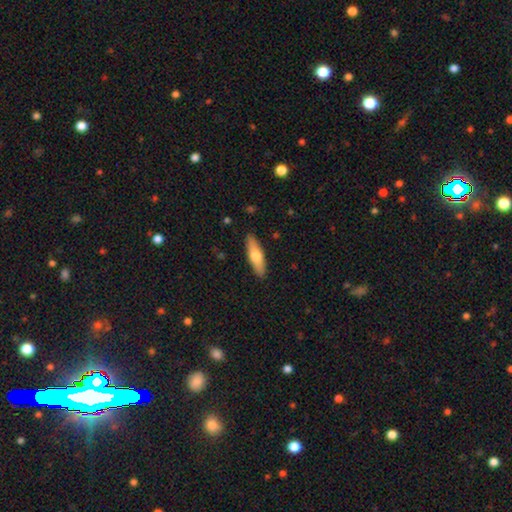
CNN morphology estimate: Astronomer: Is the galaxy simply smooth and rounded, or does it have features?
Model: smooth — 63%.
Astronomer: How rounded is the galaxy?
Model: cigar-shaped — 53% (runner-up: in between, 44%).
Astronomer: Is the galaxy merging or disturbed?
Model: none — 89%.